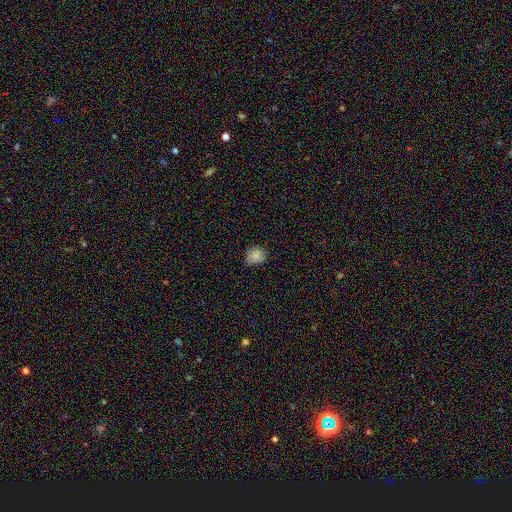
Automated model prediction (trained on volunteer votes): Morphology: type=smooth (83%); roundness=round (74%); merging=none (70%).